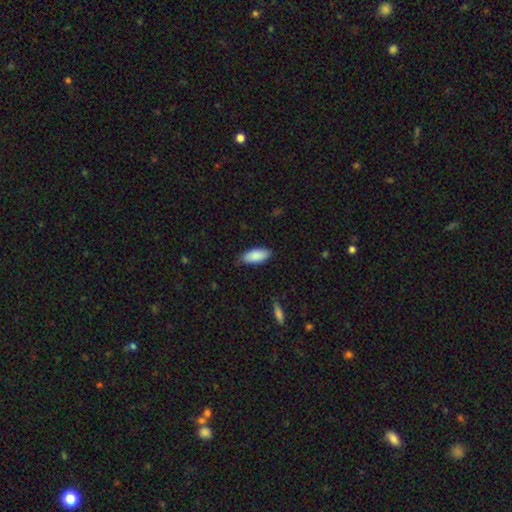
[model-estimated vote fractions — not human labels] Smooth or featured? smooth (88%)
How rounded? in between (85%)
Merging? none (81%)